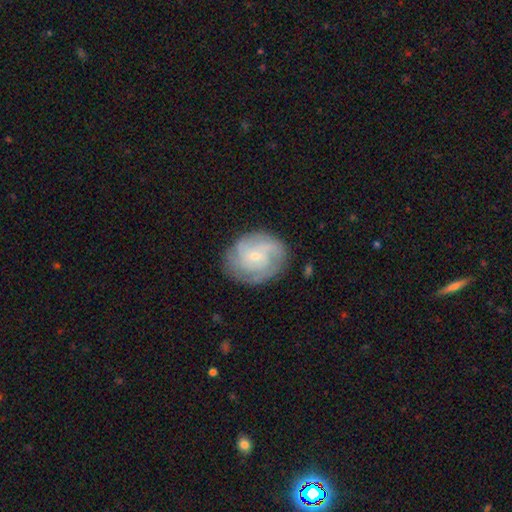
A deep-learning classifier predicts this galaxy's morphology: featured or disk 76%, smooth 18%, star or artifact 6%. Down the decision tree: edge-on disk — no (98%); bar — no (63%); spiral arms — yes (94%); spiral arm count — 3 (31%); spiral winding — tight (54%); bulge size — small (75%); merging — none (77%).